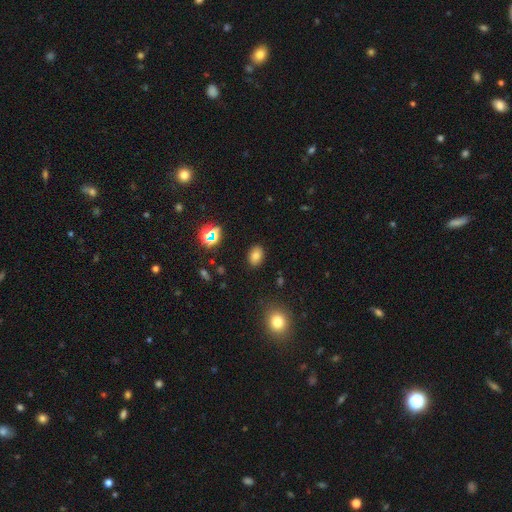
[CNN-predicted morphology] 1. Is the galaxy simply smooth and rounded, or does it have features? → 75% smooth, 16% star or artifact, 10% featured or disk.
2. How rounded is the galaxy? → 77% in between, 21% round, 1% cigar-shaped.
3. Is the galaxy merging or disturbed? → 87% none, 8% minor disturbance, 3% major disturbance, 2% merger.